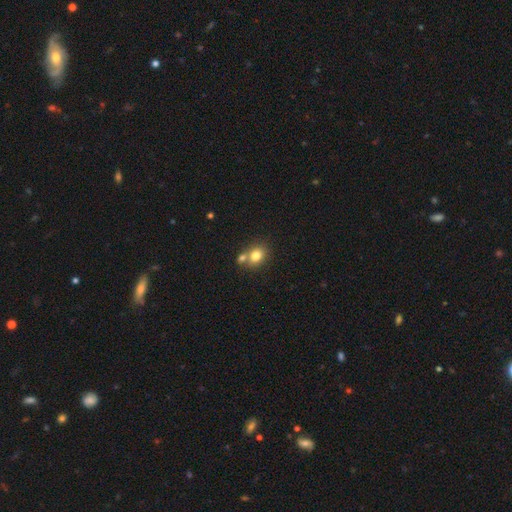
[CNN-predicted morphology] The model was most divided on "how rounded": round: 52%, in between: 47%, cigar-shaped: 1%. More confident: smooth or featured — smooth (78%); merging — none (53%).